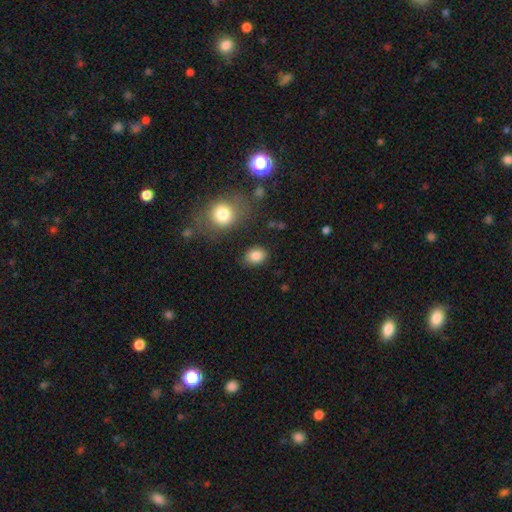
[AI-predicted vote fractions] Overall: smooth (85%). How rounded: in between (65%; round 34%). Merging: none (82%).